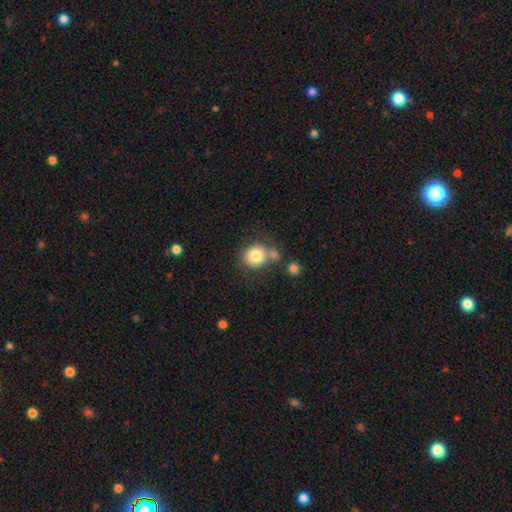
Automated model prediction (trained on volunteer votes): This appears to be a smooth galaxy with no disk features (81%) that is round (80%). Merging: none (57%).